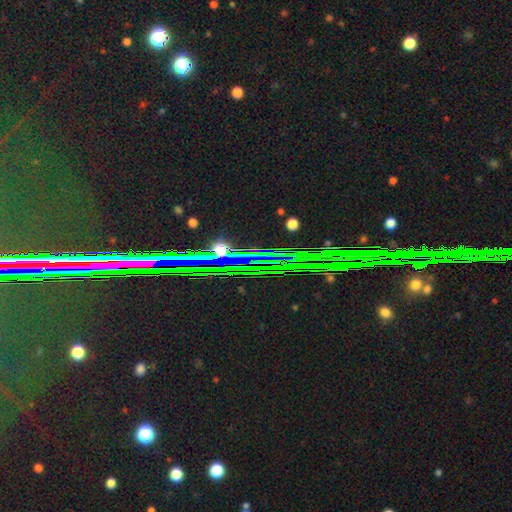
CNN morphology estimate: The model was most divided on "smooth or featured": star or artifact: 83%, featured or disk: 9%, smooth: 8%.